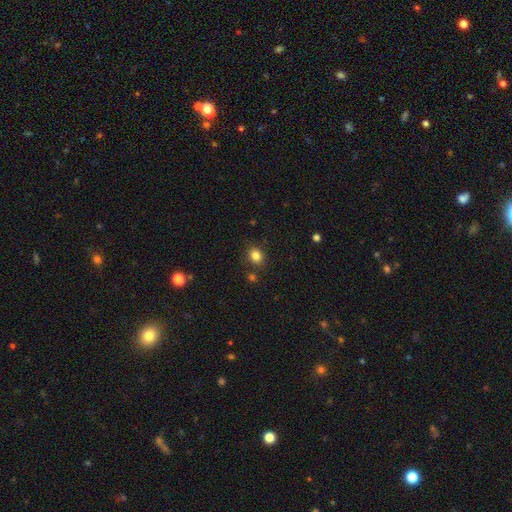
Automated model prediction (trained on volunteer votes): Smooth or featured? smooth (82%)
How rounded? round (60%)
Merging? none (82%)